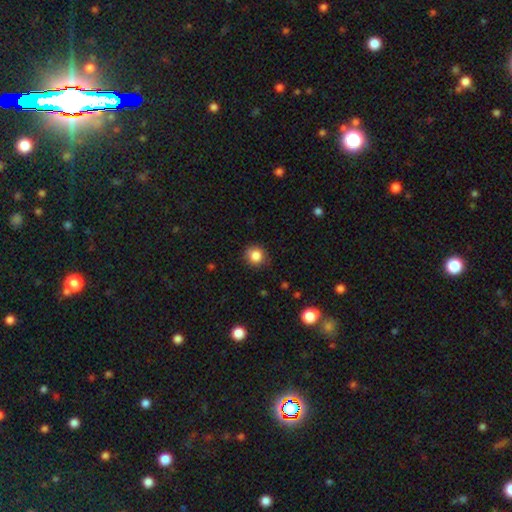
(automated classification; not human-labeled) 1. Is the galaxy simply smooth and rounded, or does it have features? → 85% smooth, 11% star or artifact, 5% featured or disk.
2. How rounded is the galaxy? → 89% round, 11% in between, 1% cigar-shaped.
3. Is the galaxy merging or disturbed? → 86% none, 10% minor disturbance, 3% major disturbance, 1% merger.